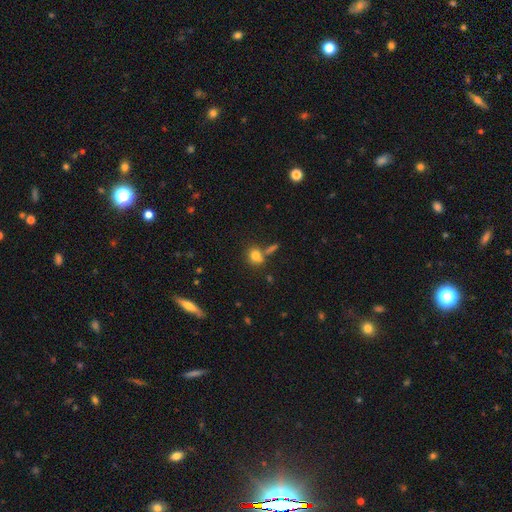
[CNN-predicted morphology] Q: Smooth or featured?
A: smooth (78%); runner-up: star or artifact (12%)
Q: How rounded?
A: round (68%); runner-up: in between (30%)
Q: Merging?
A: none (60%); runner-up: merger (21%)